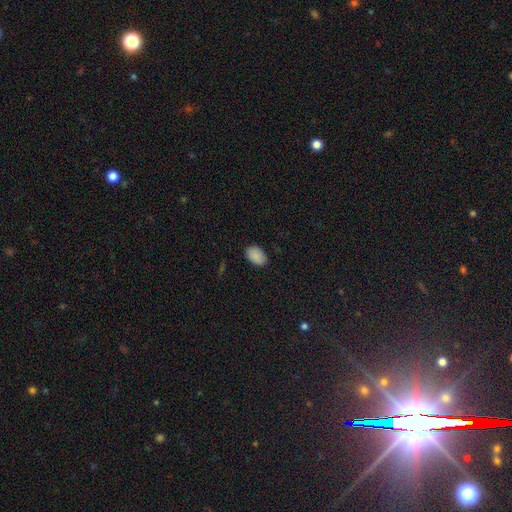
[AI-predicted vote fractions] Smooth or featured? Predicted: smooth (p=0.88). How rounded? Predicted: in between (p=0.89). Merging? Predicted: none (p=0.86).